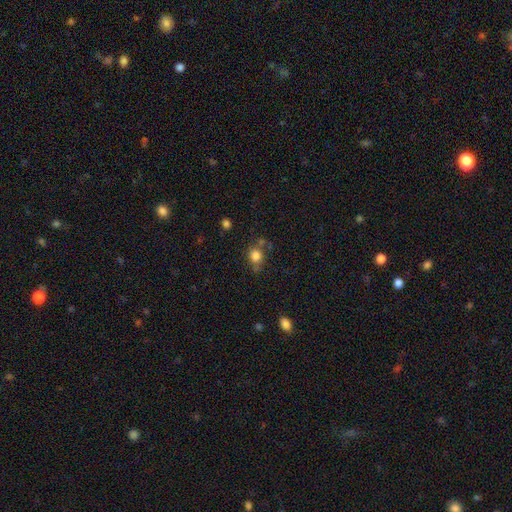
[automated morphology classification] smooth-or-featured: smooth: 81% | star or artifact: 12% | featured or disk: 7%
  how-rounded: round: 76% | in between: 23% | cigar-shaped: 1%
  merging: none: 62% | minor disturbance: 20% | merger: 11% | major disturbance: 7%